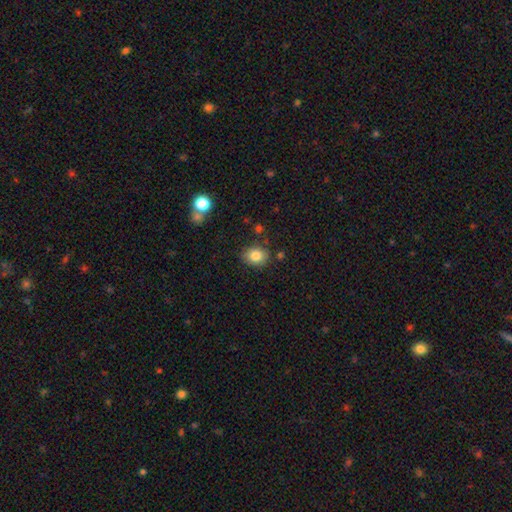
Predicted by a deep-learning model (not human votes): Smooth or featured?
  - smooth: 83% *
  - star or artifact: 9%
  - featured or disk: 7%
How rounded?
  - in between: 56% *
  - round: 43%
  - cigar-shaped: 1%
Merging?
  - none: 82% *
  - minor disturbance: 12%
  - merger: 3%
  - major disturbance: 3%